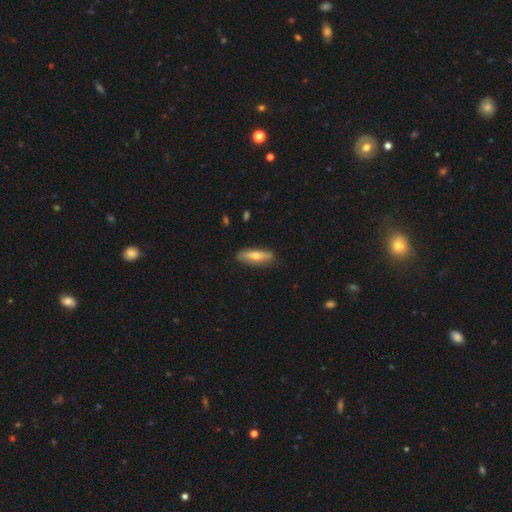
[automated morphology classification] Smooth or featured? Predicted: smooth (p=0.57). How rounded? Predicted: cigar-shaped (p=0.55). Merging? Predicted: none (p=0.83).